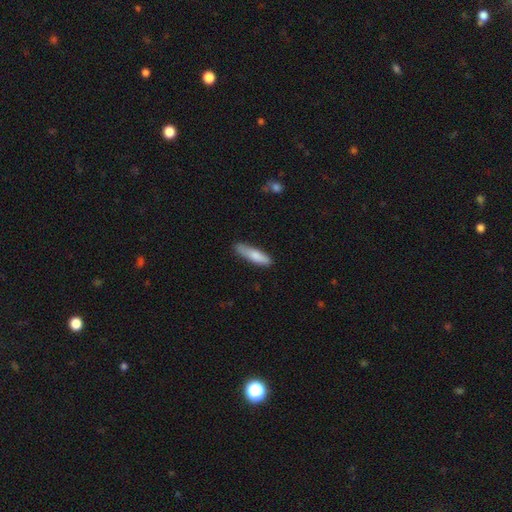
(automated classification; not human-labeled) smooth-or-featured: smooth: 78% | featured or disk: 16% | star or artifact: 6%
  how-rounded: cigar-shaped: 75% | in between: 24% | round: 2%
  merging: none: 75% | minor disturbance: 20% | major disturbance: 4% | merger: 2%